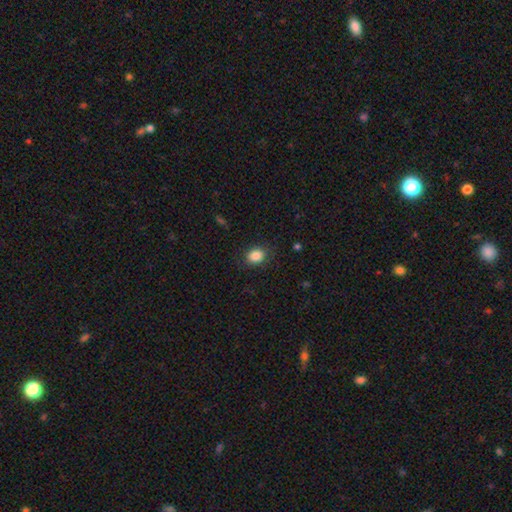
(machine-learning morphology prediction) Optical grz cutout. It shows a smooth galaxy with no disk features (86%) that is in between round and cigar-shaped (53%). Merging: none (83%).